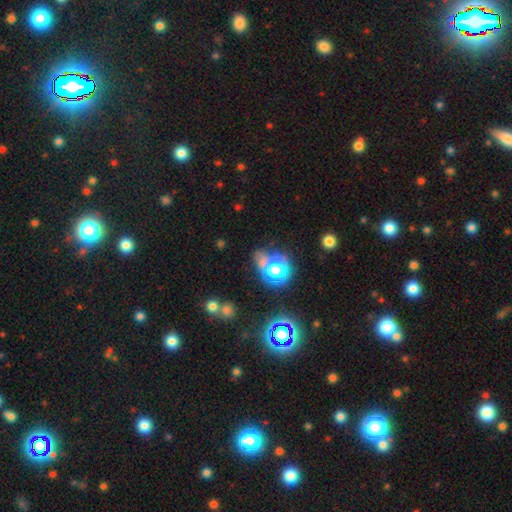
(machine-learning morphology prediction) A star or artifact, not a galaxy (54%).

Vote fractions:
- Smooth or featured? star or artifact: 54% / smooth: 36% / featured or disk: 9%